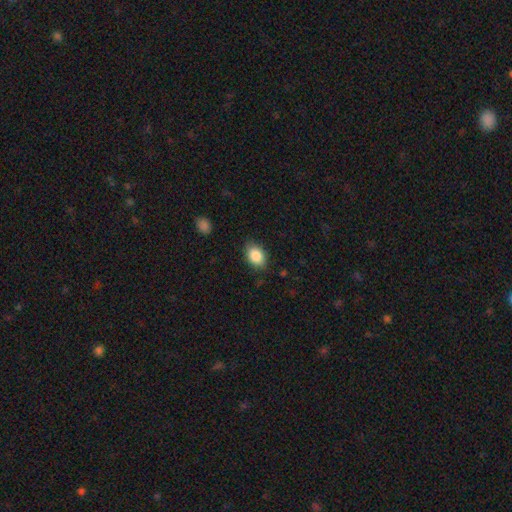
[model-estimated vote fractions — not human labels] A smooth galaxy with no disk features (86%) that is in between round and cigar-shaped (82%).

Vote fractions:
- Smooth or featured? smooth: 86% / star or artifact: 8% / featured or disk: 6%
- How rounded? in between: 82% / round: 17% / cigar-shaped: 1%
- Merging? none: 82% / minor disturbance: 14% / major disturbance: 3% / merger: 1%